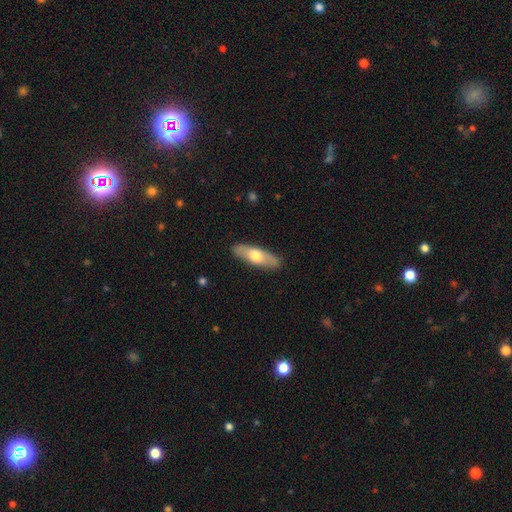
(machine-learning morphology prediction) type=smooth (57%); roundness=in between (53%); merging=none (88%).